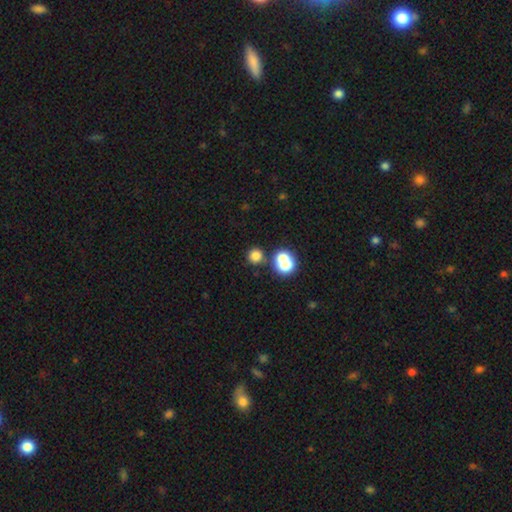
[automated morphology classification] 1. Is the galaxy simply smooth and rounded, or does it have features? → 77% smooth, 16% star or artifact, 8% featured or disk.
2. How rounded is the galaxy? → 91% round, 8% in between, 1% cigar-shaped.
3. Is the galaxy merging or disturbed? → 68% none, 22% merger, 7% minor disturbance, 3% major disturbance.